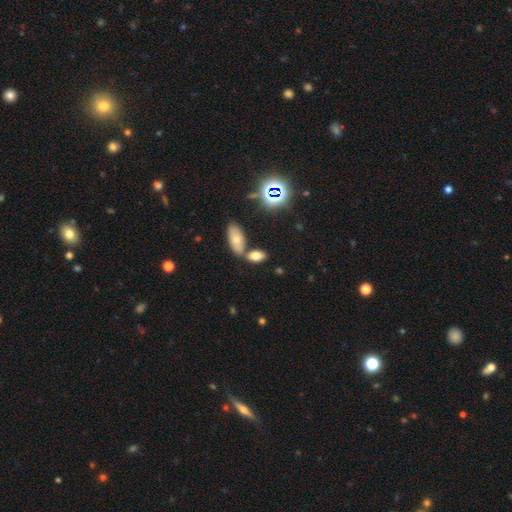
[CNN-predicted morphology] Smooth or featured: smooth — 70% (star or artifact — 16%)
How rounded: in between — 88% (round — 6%)
Merging: none — 57% (merger — 29%)